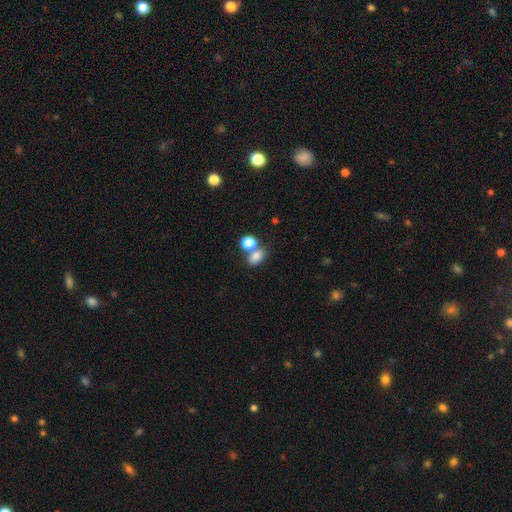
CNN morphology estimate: smooth_or_featured: smooth (p=0.80) [alt: star or artifact p=0.12]
how_rounded: in between (p=0.68) [alt: round p=0.31]
merging: none (p=0.47) [alt: merger p=0.37]